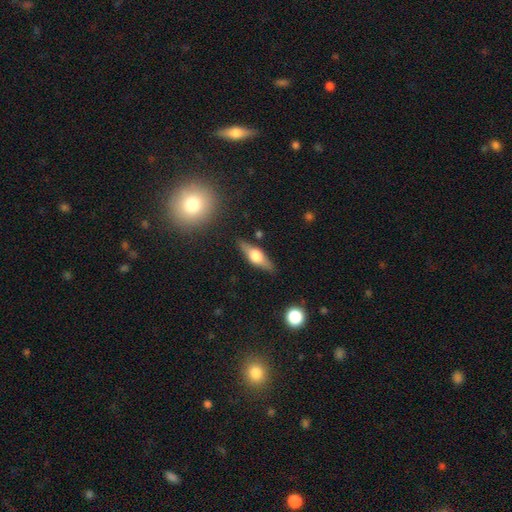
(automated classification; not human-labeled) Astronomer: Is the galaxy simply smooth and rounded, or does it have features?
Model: featured or disk — 62%.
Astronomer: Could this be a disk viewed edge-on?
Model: yes — 93%.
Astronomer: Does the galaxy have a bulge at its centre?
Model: rounded — 92%.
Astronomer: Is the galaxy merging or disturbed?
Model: none — 85%.